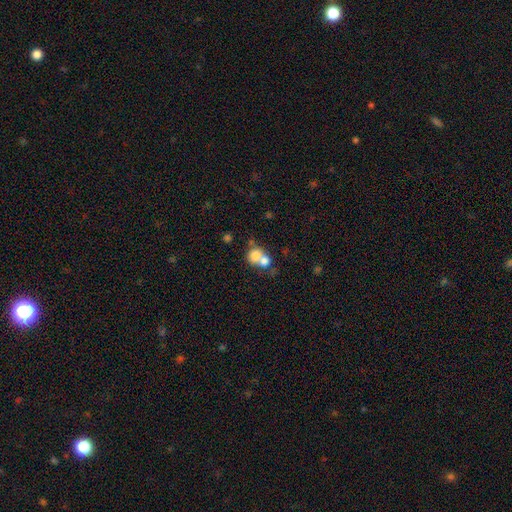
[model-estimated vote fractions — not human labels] A smooth galaxy with no disk features (74%) that is round (74%).

Vote fractions:
- Smooth or featured? smooth: 74% / featured or disk: 16% / star or artifact: 10%
- How rounded? round: 74% / in between: 25% / cigar-shaped: 1%
- Merging? merger: 65% / none: 25% / minor disturbance: 6% / major disturbance: 4%